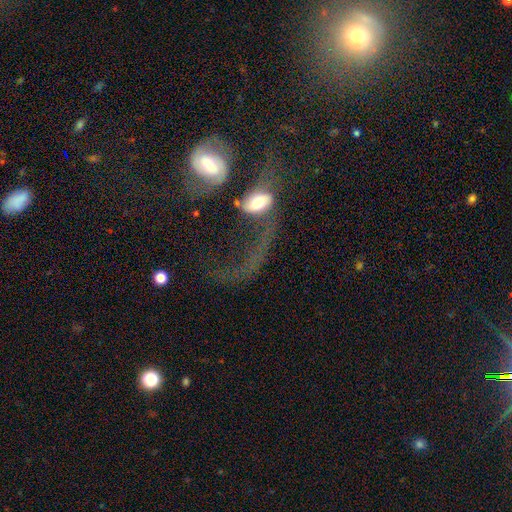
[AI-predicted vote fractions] smooth-or-featured: featured or disk: 53% | smooth: 28% | star or artifact: 18%
  disk-edge-on: no: 89% | yes: 11%
  merging: merger: 37% | major disturbance: 34% | none: 19% | minor disturbance: 10%